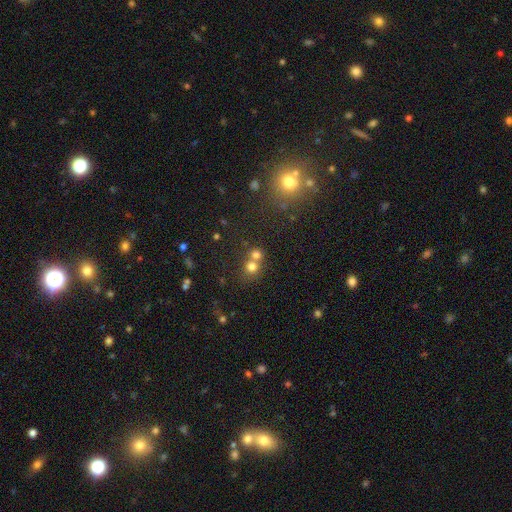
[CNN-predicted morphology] Smooth or featured? Predicted: smooth (p=0.72). How rounded? Predicted: round (p=0.85). Merging? Predicted: merger (p=0.49).